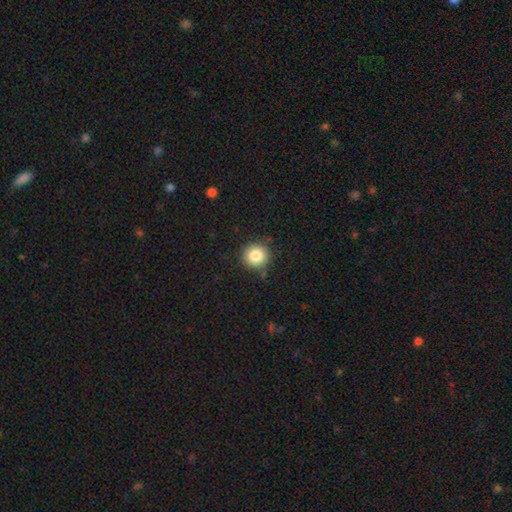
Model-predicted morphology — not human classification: This appears to be a smooth galaxy with no disk features (84%) that is round (93%). Merging: none (87%).